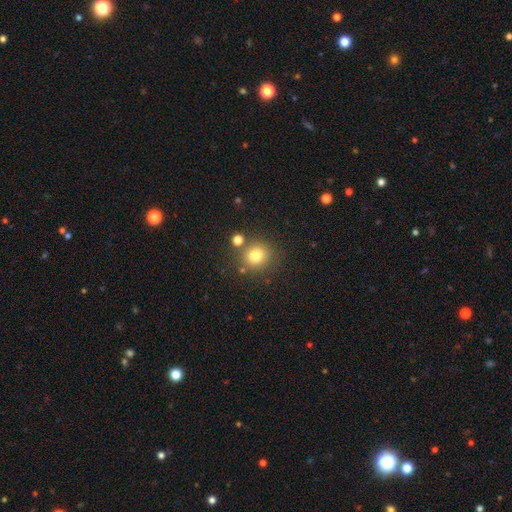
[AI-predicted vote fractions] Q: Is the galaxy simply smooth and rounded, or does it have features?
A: smooth — 78%.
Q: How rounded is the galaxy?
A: round — 85%.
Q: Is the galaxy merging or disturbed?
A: none — 78%.